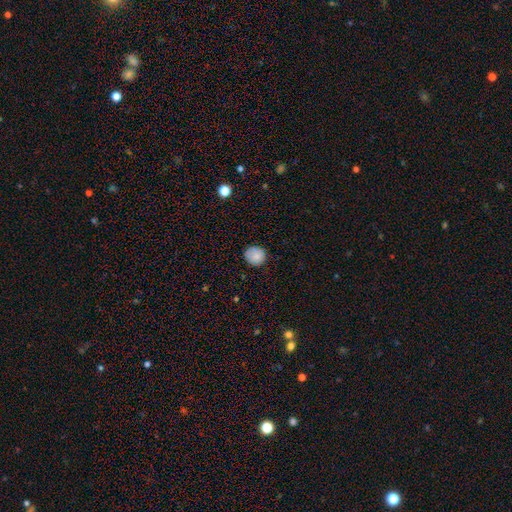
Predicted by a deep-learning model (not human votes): A smooth galaxy with no disk features (83%) that is round (86%).

Vote fractions:
- Smooth or featured? smooth: 83% / star or artifact: 9% / featured or disk: 8%
- How rounded? round: 86% / in between: 13% / cigar-shaped: 1%
- Merging? none: 82% / minor disturbance: 14% / major disturbance: 3% / merger: 1%